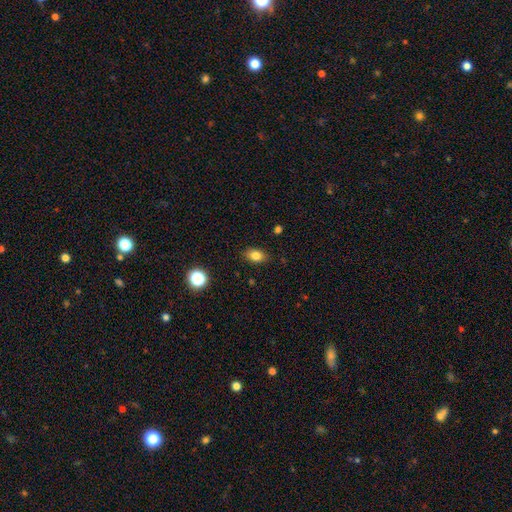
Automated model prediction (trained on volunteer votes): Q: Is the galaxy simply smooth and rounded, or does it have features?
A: smooth — 82%.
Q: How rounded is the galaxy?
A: in between — 80%.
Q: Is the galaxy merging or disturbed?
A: none — 85%.